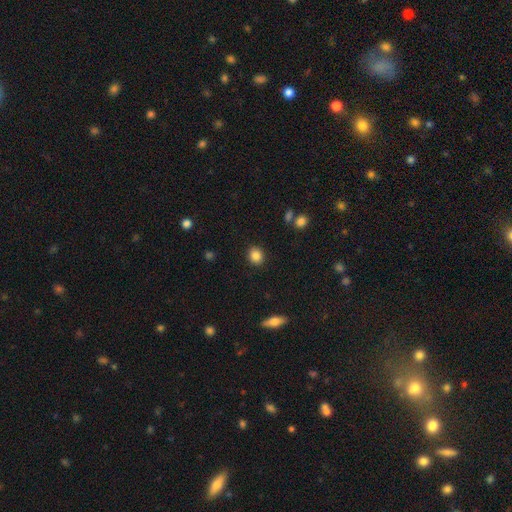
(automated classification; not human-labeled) This is clearly a smooth galaxy (86%). How rounded: likely round (70%). Merging: clearly none (90%).